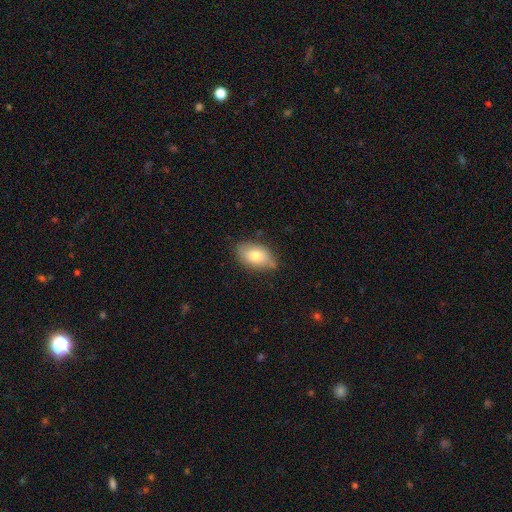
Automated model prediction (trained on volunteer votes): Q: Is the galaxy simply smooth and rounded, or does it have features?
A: smooth — 75%.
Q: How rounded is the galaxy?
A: in between — 91%.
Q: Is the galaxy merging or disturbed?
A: none — 76%.